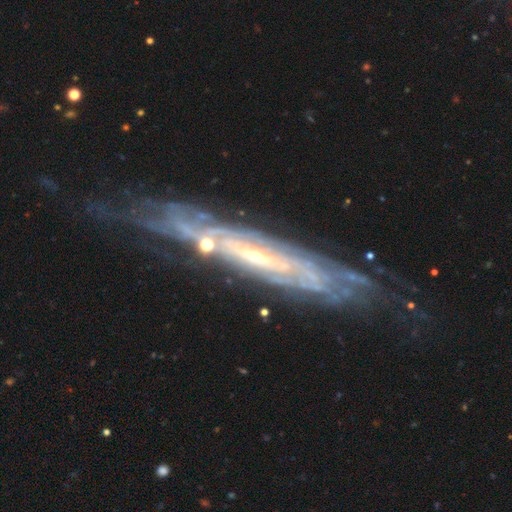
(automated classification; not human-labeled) smooth-or-featured: featured or disk: 82% | smooth: 10% | star or artifact: 8%
  disk-edge-on: no: 56% | yes: 44%
  merging: none: 66% | minor disturbance: 21% | major disturbance: 9% | merger: 4%